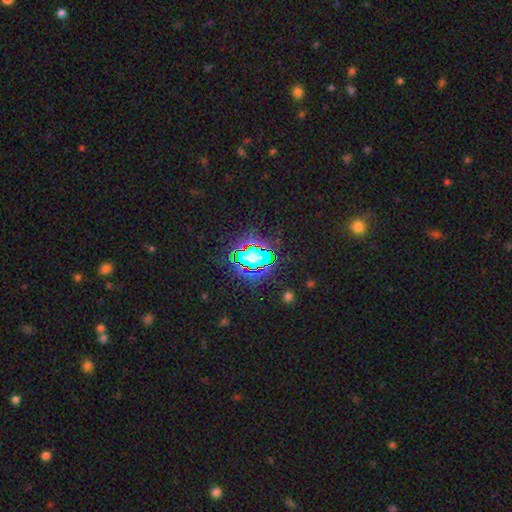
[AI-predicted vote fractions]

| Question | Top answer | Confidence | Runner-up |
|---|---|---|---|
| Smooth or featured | star or artifact | 67% | smooth (21%) |